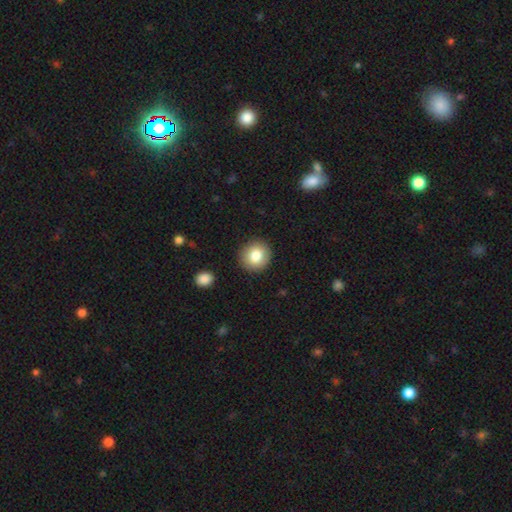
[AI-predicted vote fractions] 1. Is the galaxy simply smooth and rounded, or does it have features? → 83% smooth, 8% star or artifact, 8% featured or disk.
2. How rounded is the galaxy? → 85% round, 14% in between, 1% cigar-shaped.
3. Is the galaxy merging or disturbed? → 89% none, 7% minor disturbance, 2% major disturbance, 1% merger.